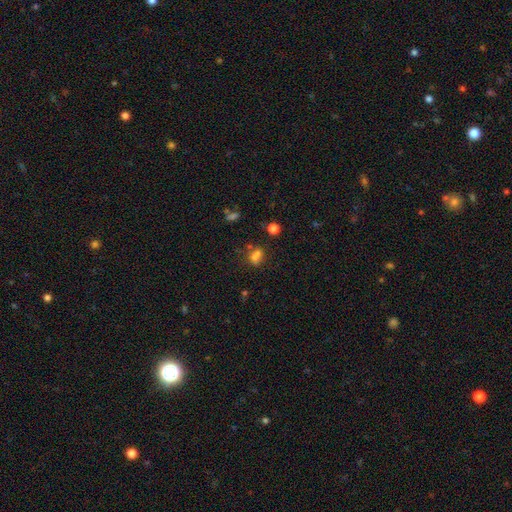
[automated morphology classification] Smooth or featured? smooth (68%)
How rounded? in between (61%)
Merging? none (49%)